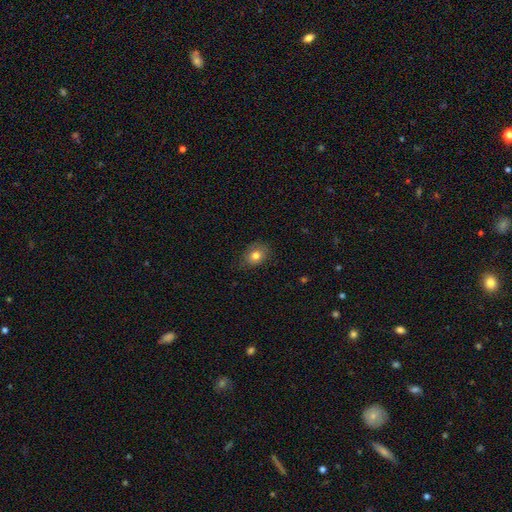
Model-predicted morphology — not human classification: Q: Smooth or featured?
A: smooth (79%); runner-up: featured or disk (11%)
Q: How rounded?
A: in between (53%); runner-up: round (46%)
Q: Merging?
A: none (77%); runner-up: minor disturbance (18%)